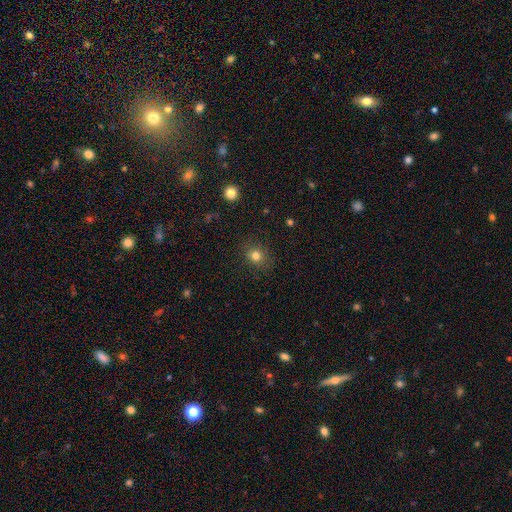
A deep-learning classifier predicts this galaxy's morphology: A smooth galaxy with no disk features (78%) that is round (79%). Merging: none (86%).